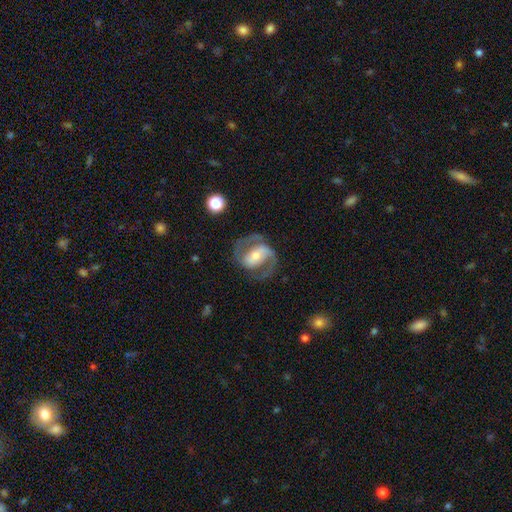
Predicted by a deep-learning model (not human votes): Overall: featured or disk (85%). Edge-on disk: no (97%). Bar: strong (46%; weak 34%). Spiral arms: yes (94%). Spiral arm count: 2 (91%). Spiral winding: medium (59%; tight 22%). Bulge size: moderate (45%; small 42%). Merging: none (73%).